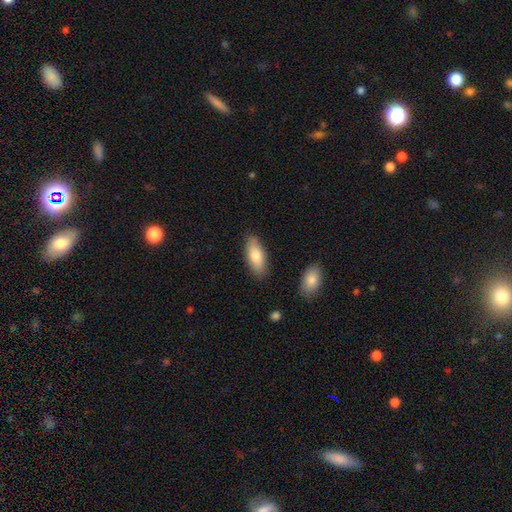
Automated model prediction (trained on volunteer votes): This appears to be a smooth galaxy with no disk features (78%) that is in between round and cigar-shaped (83%). Merging: none (84%).